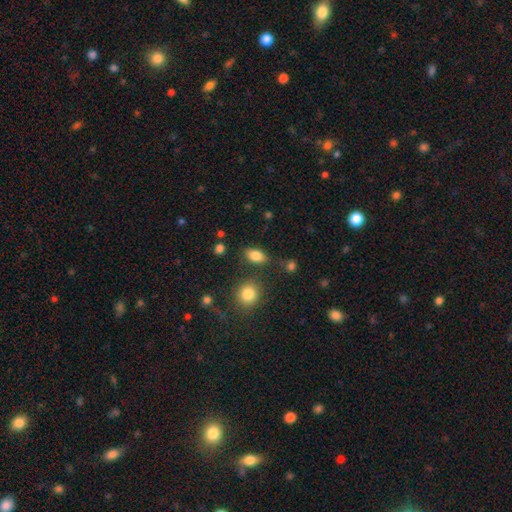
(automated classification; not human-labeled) Smooth or featured?
  - smooth: 83% *
  - star or artifact: 9%
  - featured or disk: 8%
How rounded?
  - in between: 87% *
  - round: 10%
  - cigar-shaped: 3%
Merging?
  - none: 79% *
  - minor disturbance: 13%
  - merger: 5%
  - major disturbance: 4%